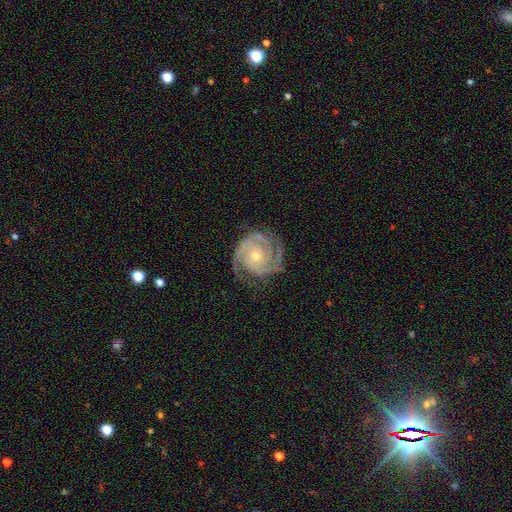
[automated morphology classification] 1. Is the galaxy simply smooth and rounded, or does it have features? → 92% featured or disk, 4% star or artifact, 4% smooth.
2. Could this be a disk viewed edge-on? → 98% no, 2% yes.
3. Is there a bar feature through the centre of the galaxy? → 75% no, 19% weak, 7% strong.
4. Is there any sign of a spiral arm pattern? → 98% yes, 2% no.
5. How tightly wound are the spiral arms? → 70% tight, 27% medium, 3% loose.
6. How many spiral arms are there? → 49% 2, 30% 3, 7% can't tell, 5% 4, 4% 1, 4% more than 4.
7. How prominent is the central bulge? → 56% small, 40% moderate, 1% large, 1% none, 1% dominant.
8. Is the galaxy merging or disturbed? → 77% none, 16% minor disturbance, 5% major disturbance, 1% merger.